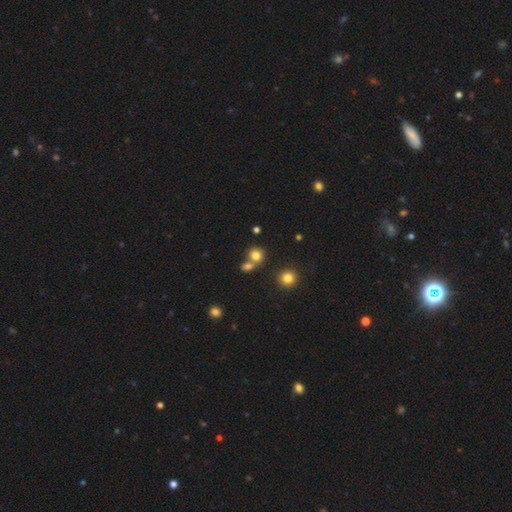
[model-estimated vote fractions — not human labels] smooth 78%, star or artifact 14%, featured or disk 9%. Down the decision tree: how rounded — round (81%); merging — none (56%).